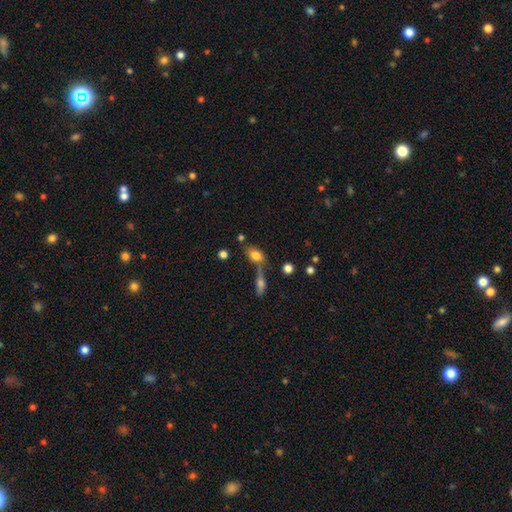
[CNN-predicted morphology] type=smooth (76%); roundness=in between (76%); merging=none (45%).